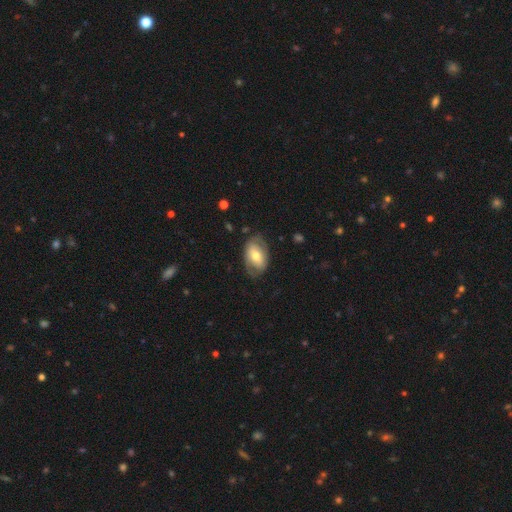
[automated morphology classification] Smooth or featured? Predicted: smooth (p=0.48). Merging? Predicted: none (p=0.68).